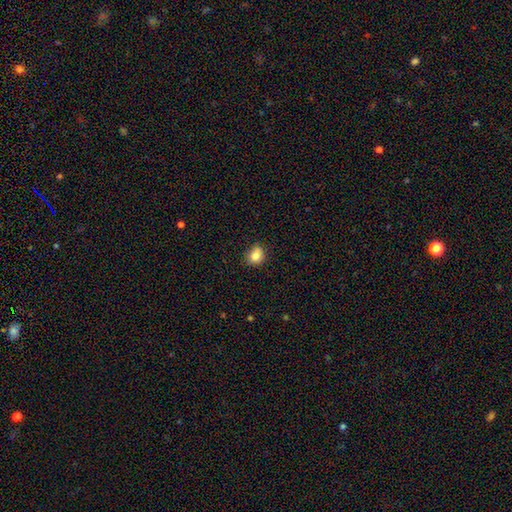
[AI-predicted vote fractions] A smooth galaxy with no disk features (83%) that is round (66%). Merging: none (71%).